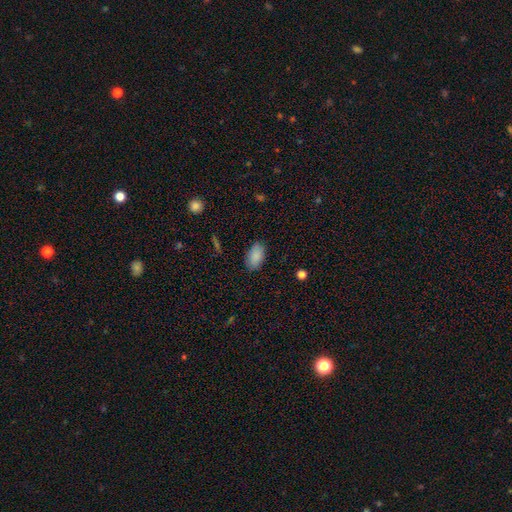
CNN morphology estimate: Overall: smooth (88%). How rounded: in between (93%). Merging: none (85%).